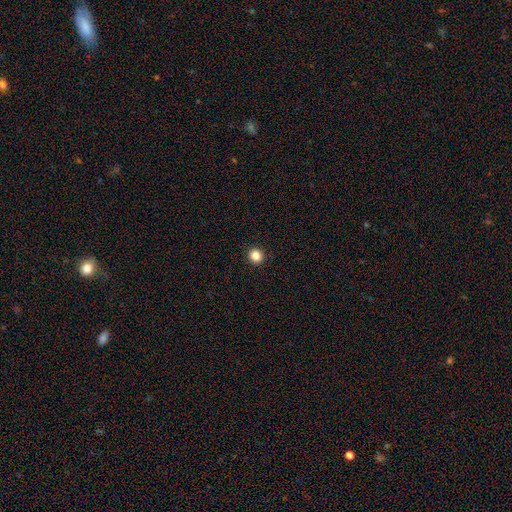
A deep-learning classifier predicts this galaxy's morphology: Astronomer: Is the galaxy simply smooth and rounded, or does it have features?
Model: smooth — 85%.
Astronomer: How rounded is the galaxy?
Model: round — 90%.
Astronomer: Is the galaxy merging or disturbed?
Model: none — 93%.